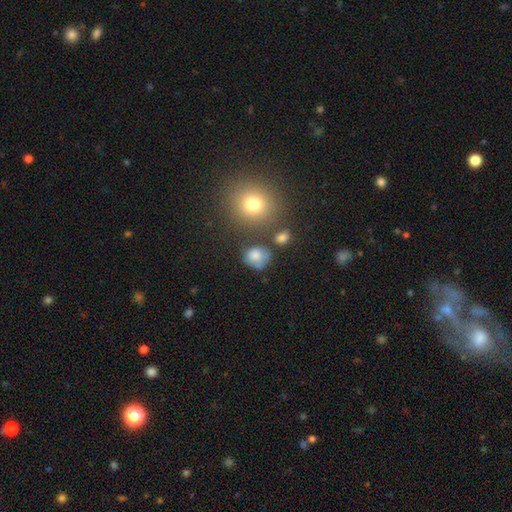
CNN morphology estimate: smooth_or_featured: smooth (p=0.77) [alt: star or artifact p=0.13]
how_rounded: round (p=0.73) [alt: in between p=0.26]
merging: none (p=0.58) [alt: minor disturbance p=0.22]